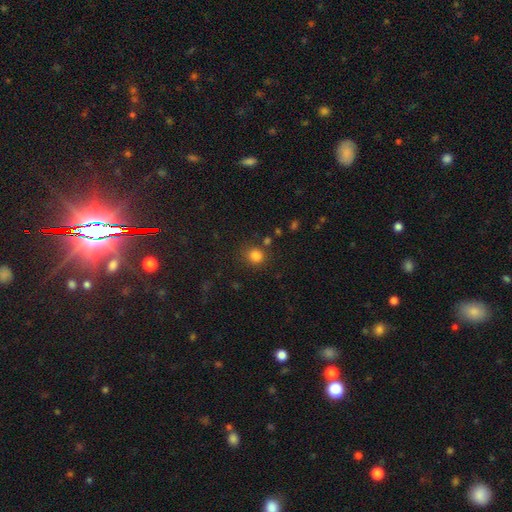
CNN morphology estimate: Smooth or featured? smooth (82%)
How rounded? round (82%)
Merging? none (77%)